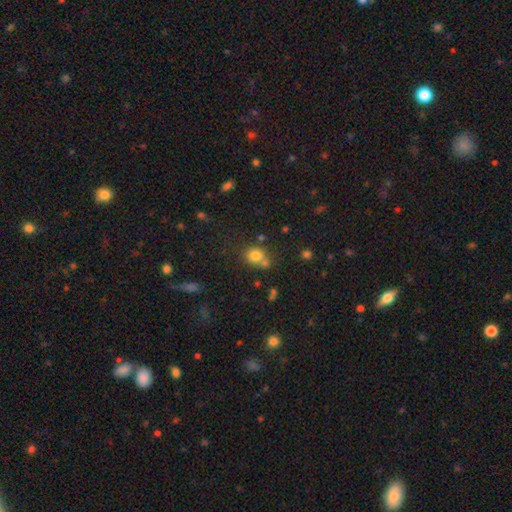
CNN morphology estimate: smooth_or_featured: smooth (p=0.77) [alt: star or artifact p=0.14]
how_rounded: round (p=0.72) [alt: in between p=0.27]
merging: none (p=0.53) [alt: merger p=0.29]